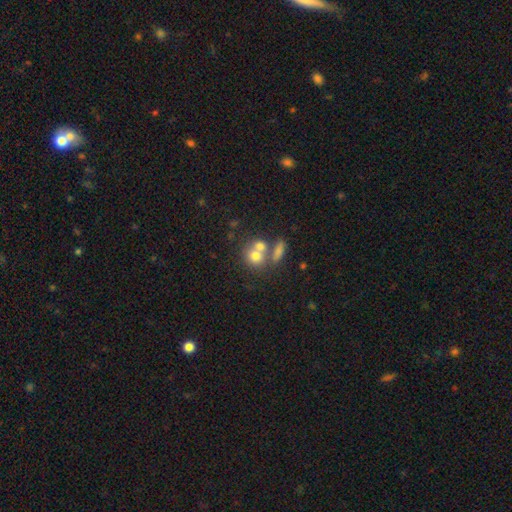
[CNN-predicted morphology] A smooth galaxy with no disk features (70%) that is round (71%). Merging: merger (48%).